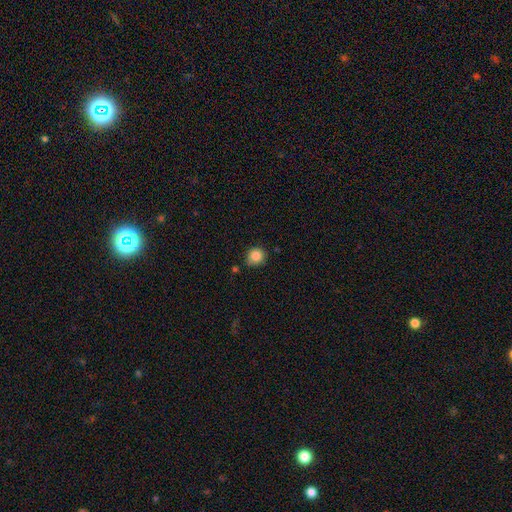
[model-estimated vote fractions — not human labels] Smooth or featured: smooth — 85% (star or artifact — 10%)
How rounded: round — 87% (in between — 12%)
Merging: none — 78% (minor disturbance — 15%)